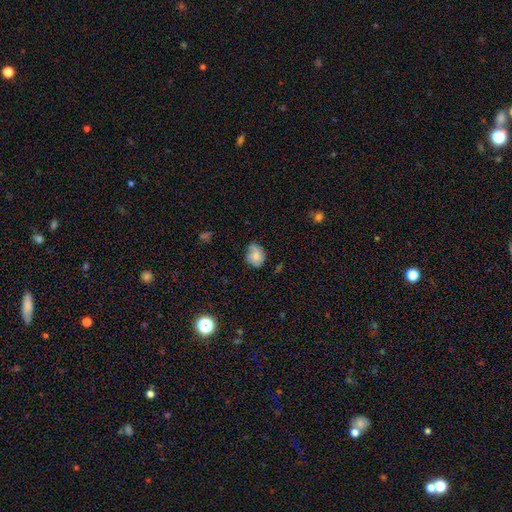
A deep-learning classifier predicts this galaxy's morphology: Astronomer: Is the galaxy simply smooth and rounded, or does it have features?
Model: smooth — 64%.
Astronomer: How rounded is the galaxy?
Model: round — 57% (runner-up: in between, 42%).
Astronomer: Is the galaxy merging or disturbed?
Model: none — 56%.